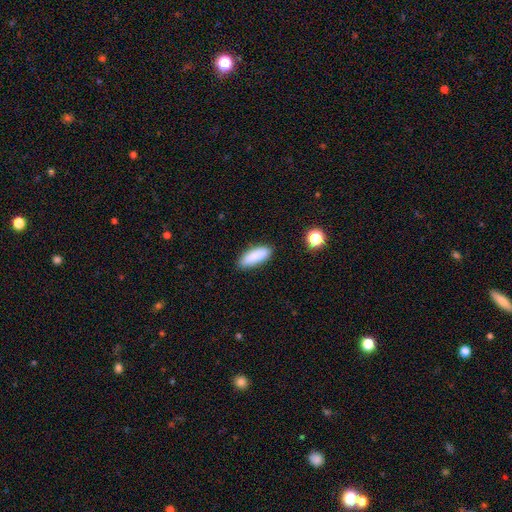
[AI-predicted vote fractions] Smooth or featured? Predicted: smooth (p=0.87). How rounded? Predicted: in between (p=0.69). Merging? Predicted: none (p=0.83).